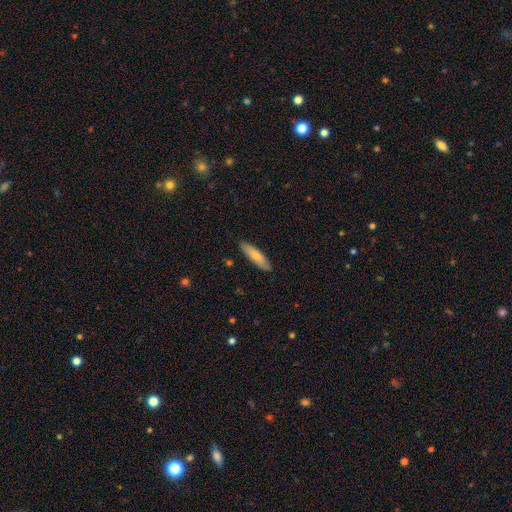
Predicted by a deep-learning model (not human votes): Overall: smooth (71%). How rounded: cigar-shaped (67%; in between 32%). Merging: none (88%).